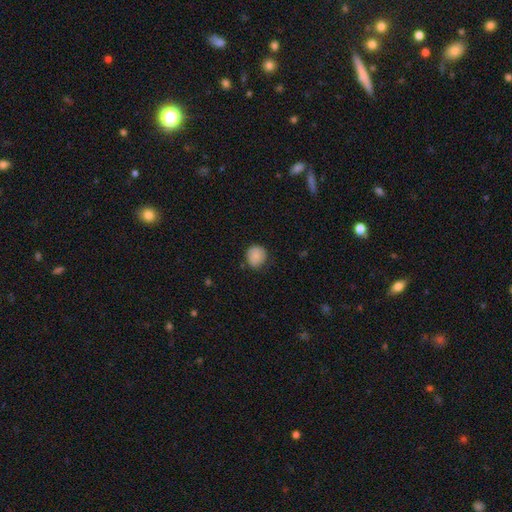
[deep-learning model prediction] The model was most divided on "merging": none: 74%, minor disturbance: 21%, major disturbance: 4%, merger: 1%. More confident: how rounded — round (84%); smooth or featured — smooth (82%).